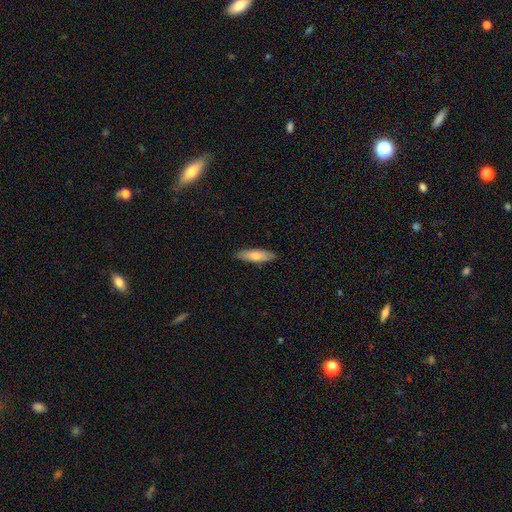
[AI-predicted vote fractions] smooth_or_featured: smooth (p=0.74) [alt: featured or disk p=0.21]
how_rounded: cigar-shaped (p=0.54) [alt: in between p=0.44]
merging: none (p=0.88) [alt: minor disturbance p=0.09]